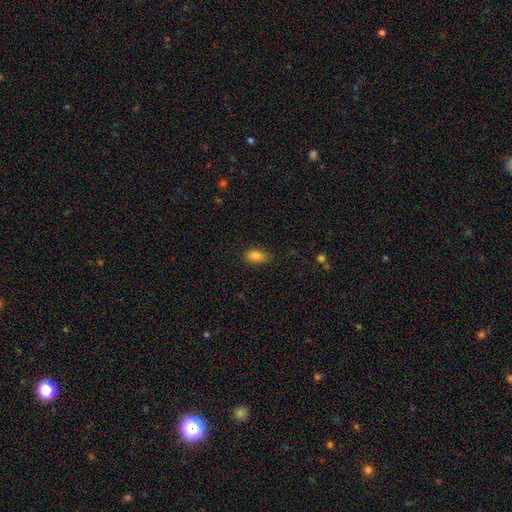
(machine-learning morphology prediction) smooth 84%, star or artifact 9%, featured or disk 7%. Down the decision tree: how rounded — in between (89%); merging — none (78%).